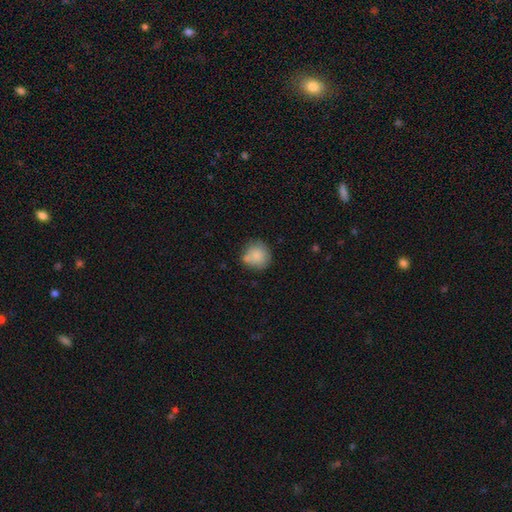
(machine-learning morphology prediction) Overall: smooth (83%). How rounded: round (88%). Merging: none (62%; minor disturbance 22%).